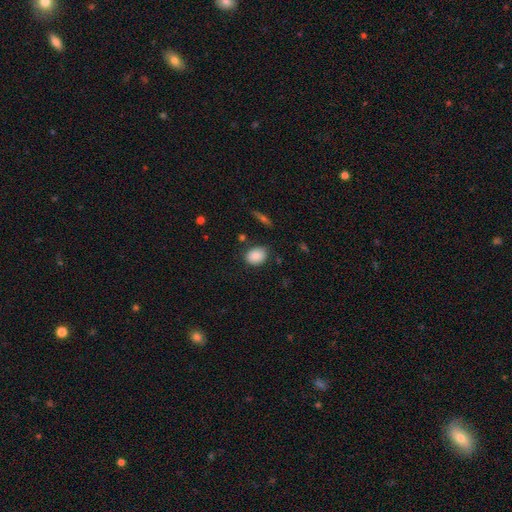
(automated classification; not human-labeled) A smooth galaxy with no disk features (87%) that is in between round and cigar-shaped (59%). Merging: none (78%).